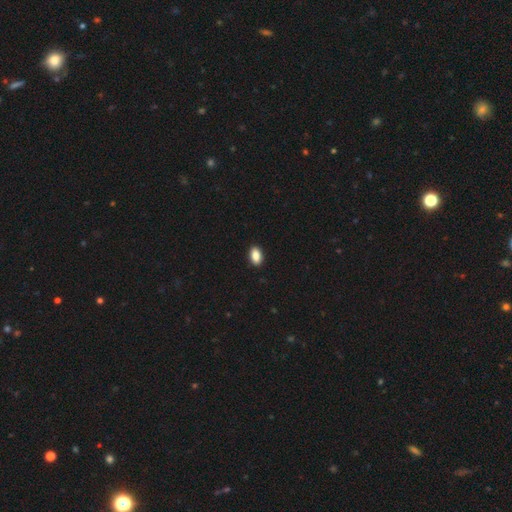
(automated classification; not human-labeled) smooth 88%, star or artifact 8%, featured or disk 4%. Down the decision tree: how rounded — in between (91%); merging — none (91%).